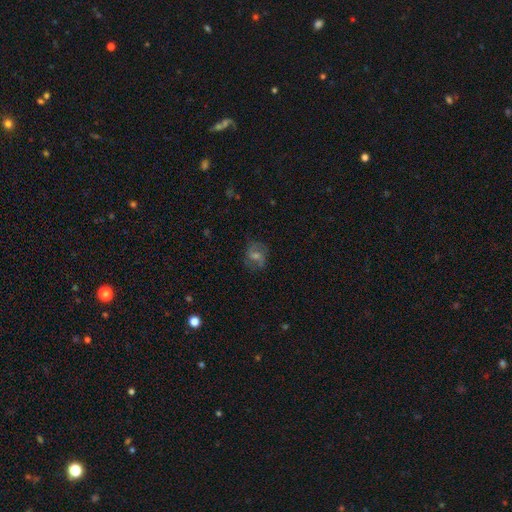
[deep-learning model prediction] Smooth or featured: featured or disk — 49% (smooth — 33%)
Merging: none — 77% (minor disturbance — 15%)